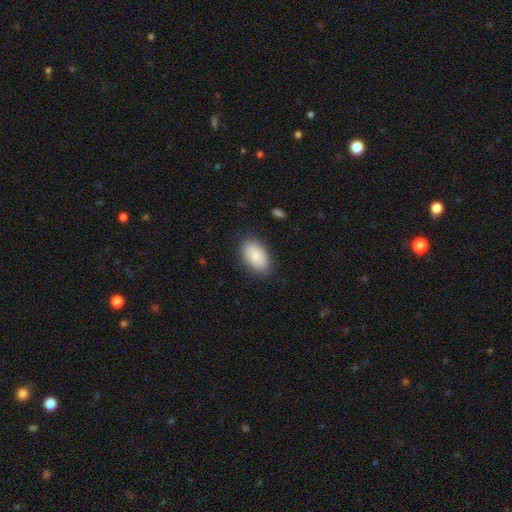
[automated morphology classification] Smooth or featured: smooth — 87% (featured or disk — 7%)
How rounded: in between — 94% (round — 4%)
Merging: none — 84% (minor disturbance — 12%)